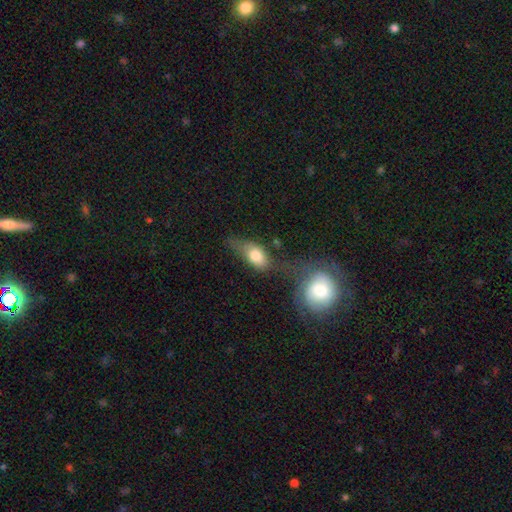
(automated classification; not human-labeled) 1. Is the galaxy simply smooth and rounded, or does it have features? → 74% smooth, 18% featured or disk, 8% star or artifact.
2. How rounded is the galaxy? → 80% in between, 13% round, 7% cigar-shaped.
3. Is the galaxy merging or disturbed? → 33% none, 25% minor disturbance, 22% merger, 21% major disturbance.